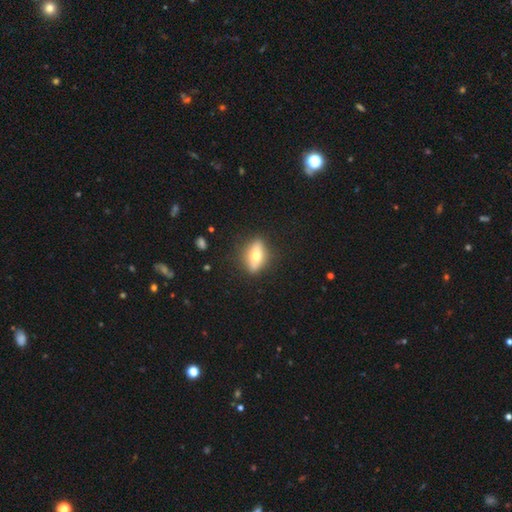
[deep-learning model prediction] Smooth or featured? smooth (53%)
How rounded? in between (73%)
Merging? none (83%)